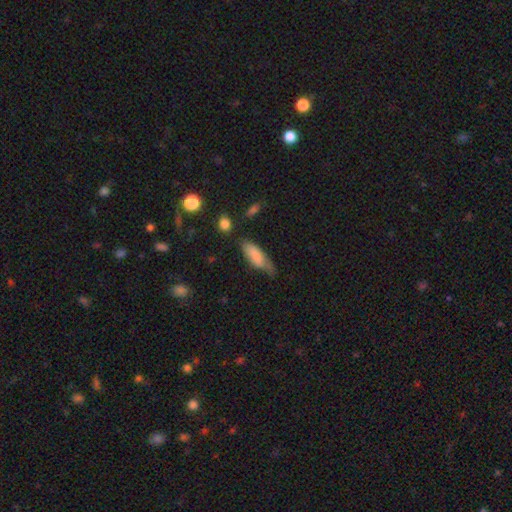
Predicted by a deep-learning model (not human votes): This appears to be a smooth galaxy with no disk features (75%) that is in between round and cigar-shaped (66%). Merging: none (45%).